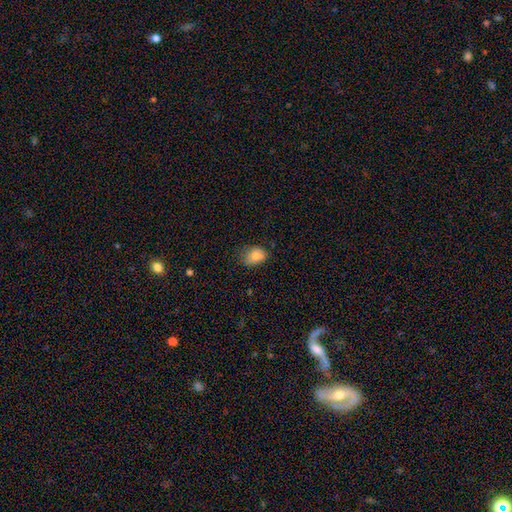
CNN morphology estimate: A smooth galaxy with no disk features (80%) that is in between round and cigar-shaped (66%).

Vote fractions:
- Smooth or featured? smooth: 80% / featured or disk: 10% / star or artifact: 10%
- How rounded? in between: 66% / round: 33% / cigar-shaped: 1%
- Merging? none: 60% / minor disturbance: 31% / major disturbance: 8% / merger: 2%